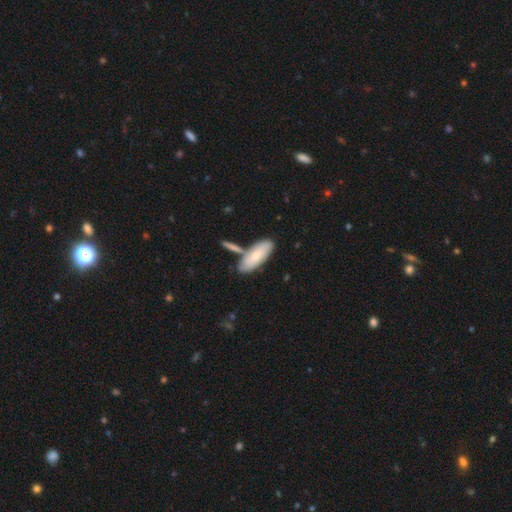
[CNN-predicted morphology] Smooth or featured? Predicted: smooth (p=0.73). How rounded? Predicted: in between (p=0.73). Merging? Predicted: none (p=0.62).